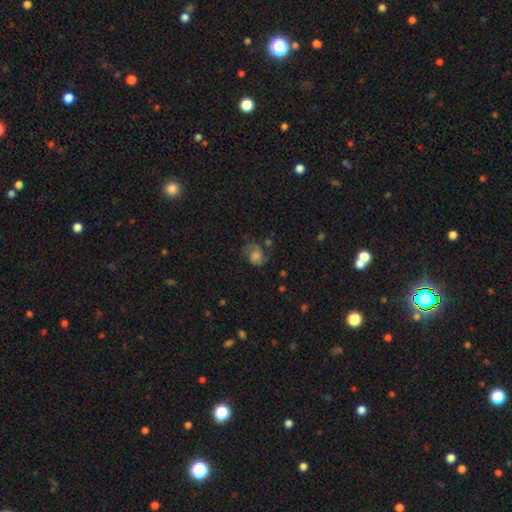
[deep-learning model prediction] A featured or disk galaxy (48%). Merging: none (56%).